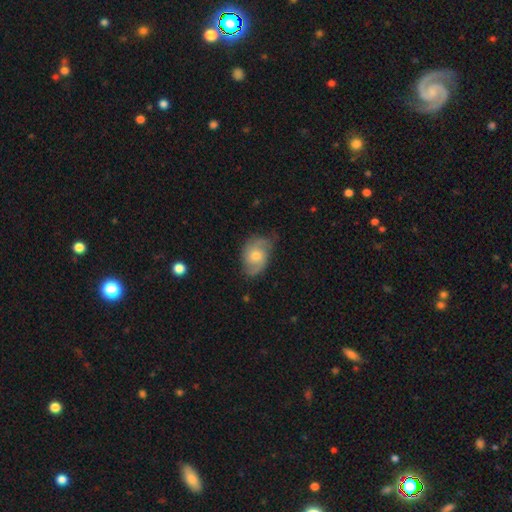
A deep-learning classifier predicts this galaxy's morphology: Smooth or featured?
  - featured or disk: 70% *
  - smooth: 24%
  - star or artifact: 7%
Edge-on disk?
  - no: 96% *
  - yes: 4%
Bar?
  - no: 68% *
  - weak: 28%
  - strong: 4%
Spiral arms?
  - yes: 92% *
  - no: 8%
Spiral winding?
  - medium: 46% *
  - tight: 30%
  - loose: 24%
Spiral arm count?
  - 2: 78% *
  - can't tell: 11%
  - 3: 5%
  - 1: 3%
  - 4: 2%
  - more than 4: 1%
Bulge size?
  - moderate: 64% *
  - small: 27%
  - large: 6%
  - none: 2%
  - dominant: 1%
Merging?
  - none: 65% *
  - minor disturbance: 25%
  - major disturbance: 8%
  - merger: 1%